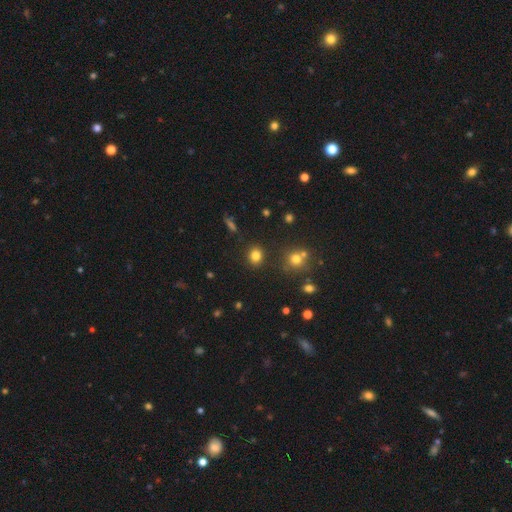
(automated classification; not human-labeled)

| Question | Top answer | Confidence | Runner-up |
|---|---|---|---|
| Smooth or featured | smooth | 80% | star or artifact (14%) |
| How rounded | round | 72% | in between (27%) |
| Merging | none | 86% | minor disturbance (8%) |